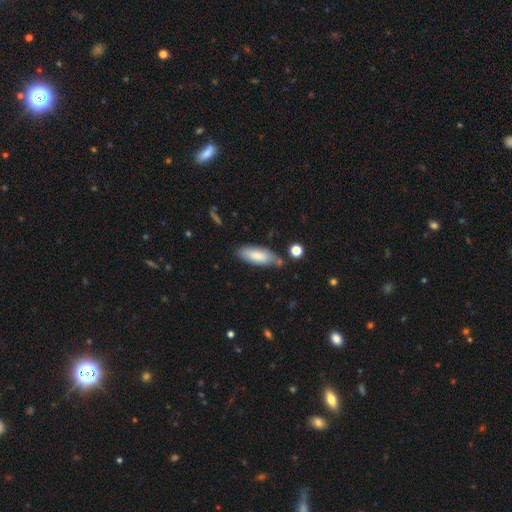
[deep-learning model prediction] smooth-or-featured: smooth: 80% | featured or disk: 14% | star or artifact: 6%
  how-rounded: in between: 73% | cigar-shaped: 26% | round: 2%
  merging: none: 63% | minor disturbance: 23% | merger: 8% | major disturbance: 5%